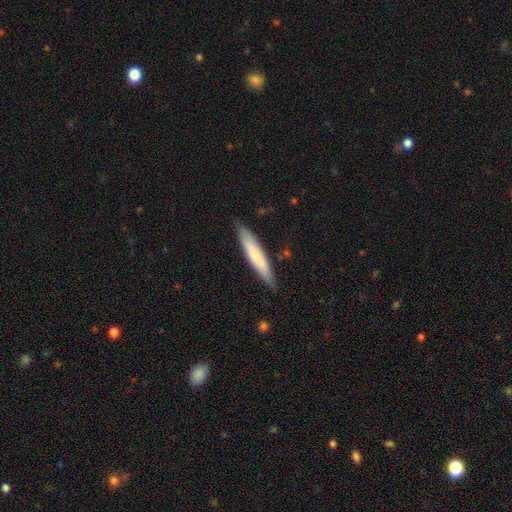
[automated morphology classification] Smooth or featured? Predicted: smooth (p=0.67). How rounded? Predicted: cigar-shaped (p=0.90). Merging? Predicted: none (p=0.86).